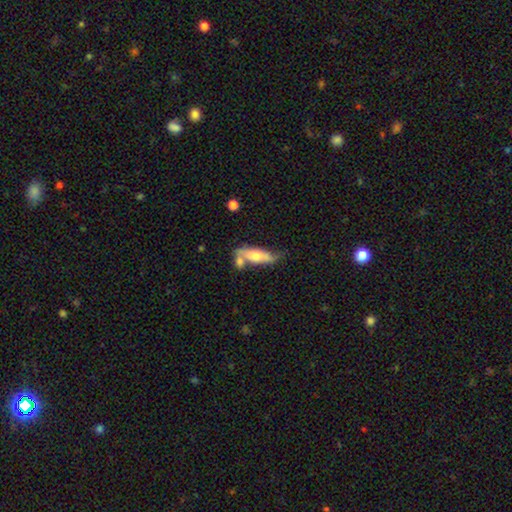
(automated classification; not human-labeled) Morphology: type=smooth (53%); roundness=in between (51%); merging=none (44%).